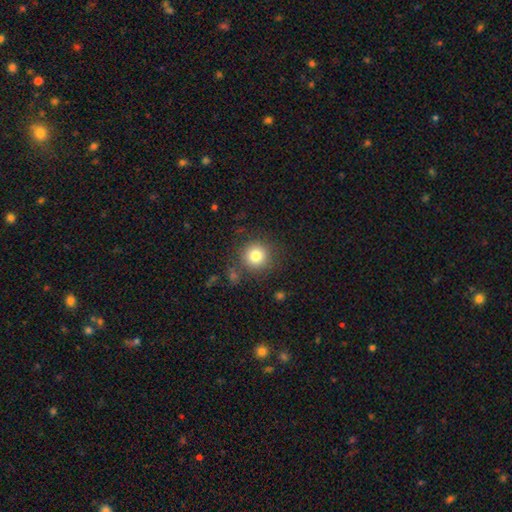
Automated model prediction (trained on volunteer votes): This appears to be a smooth galaxy with no disk features (80%) that is round (94%). Merging: none (85%).